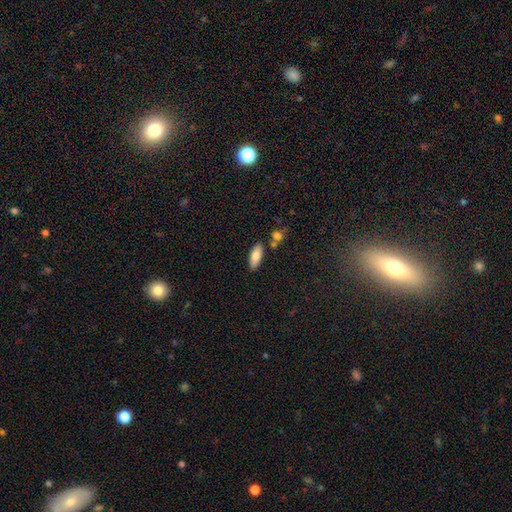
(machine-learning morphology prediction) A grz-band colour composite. It shows a smooth galaxy with no disk features (81%) that is in between round and cigar-shaped (77%). Merging: none (81%).